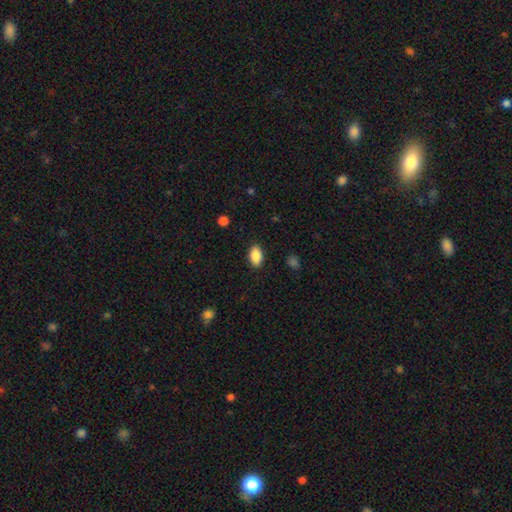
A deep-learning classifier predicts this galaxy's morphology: Smooth or featured?
  - smooth: 88% *
  - star or artifact: 7%
  - featured or disk: 4%
How rounded?
  - in between: 92% *
  - round: 6%
  - cigar-shaped: 2%
Merging?
  - none: 87% *
  - minor disturbance: 9%
  - major disturbance: 2%
  - merger: 1%